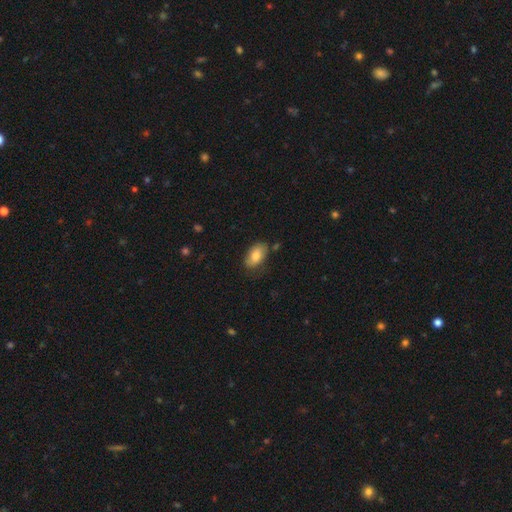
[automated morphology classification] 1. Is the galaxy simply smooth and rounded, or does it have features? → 81% smooth, 13% featured or disk, 7% star or artifact.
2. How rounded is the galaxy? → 93% in between, 5% round, 2% cigar-shaped.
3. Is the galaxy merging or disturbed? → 74% none, 19% minor disturbance, 4% major disturbance, 3% merger.